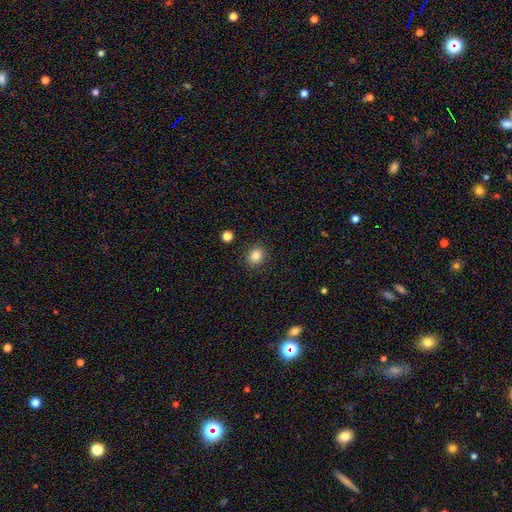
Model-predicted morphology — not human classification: Smooth or featured?
  - smooth: 84% *
  - star or artifact: 11%
  - featured or disk: 5%
How rounded?
  - round: 73% *
  - in between: 26%
  - cigar-shaped: 1%
Merging?
  - none: 89% *
  - minor disturbance: 7%
  - major disturbance: 2%
  - merger: 2%